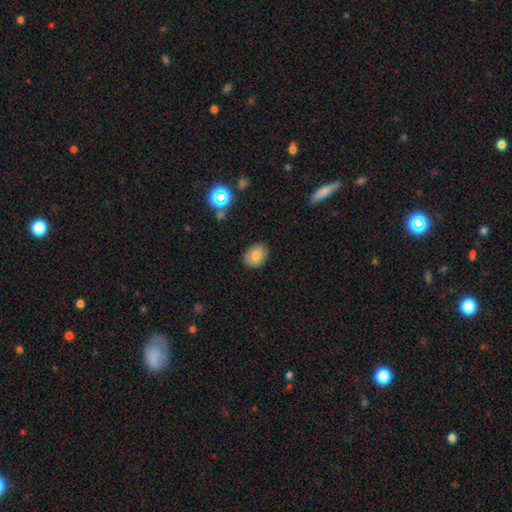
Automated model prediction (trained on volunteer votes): Smooth or featured?
  - smooth: 81% *
  - star or artifact: 10%
  - featured or disk: 9%
How rounded?
  - in between: 63% *
  - round: 36%
  - cigar-shaped: 1%
Merging?
  - none: 86% *
  - minor disturbance: 10%
  - major disturbance: 2%
  - merger: 1%